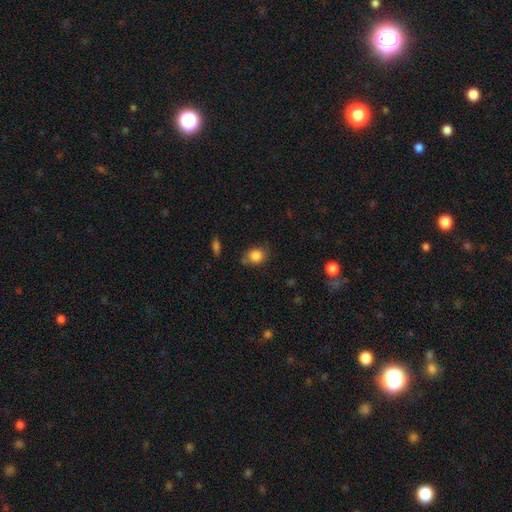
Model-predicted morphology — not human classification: Smooth or featured?
  - smooth: 84% *
  - star or artifact: 9%
  - featured or disk: 7%
How rounded?
  - round: 60% *
  - in between: 39%
  - cigar-shaped: 1%
Merging?
  - none: 70% *
  - minor disturbance: 21%
  - major disturbance: 5%
  - merger: 4%